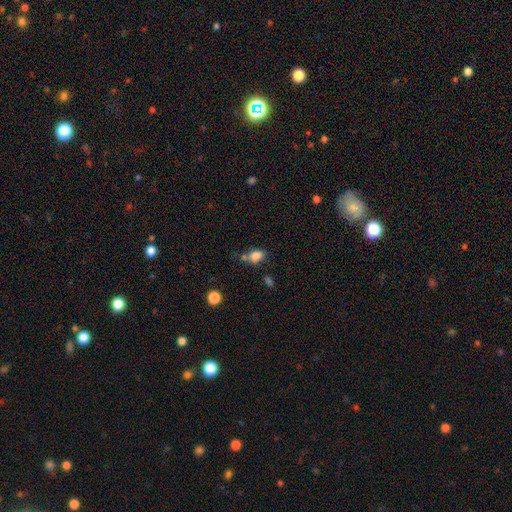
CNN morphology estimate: Overall: smooth (81%). How rounded: in between (79%). Merging: none (51%; minor disturbance 21%).